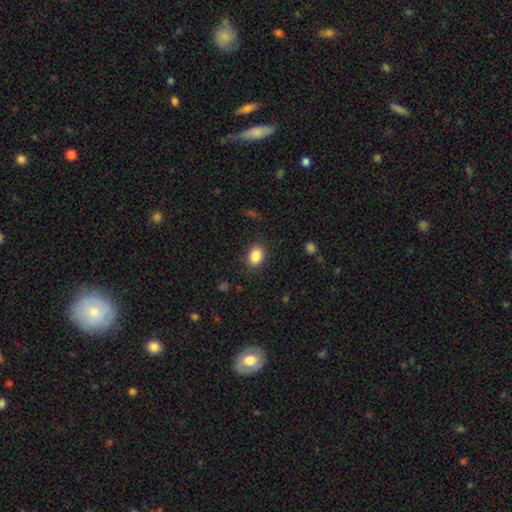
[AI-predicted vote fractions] Smooth or featured: smooth — 86% (star or artifact — 9%)
How rounded: in between — 73% (round — 26%)
Merging: none — 87% (minor disturbance — 9%)